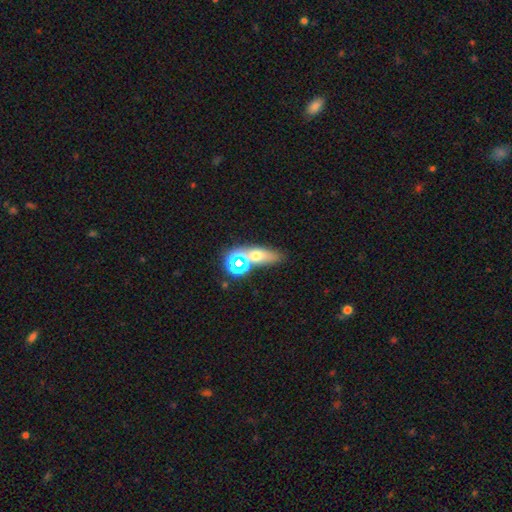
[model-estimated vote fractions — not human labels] A smooth galaxy with no disk features (53%) that is in between round and cigar-shaped (55%). Merging: none (52%).